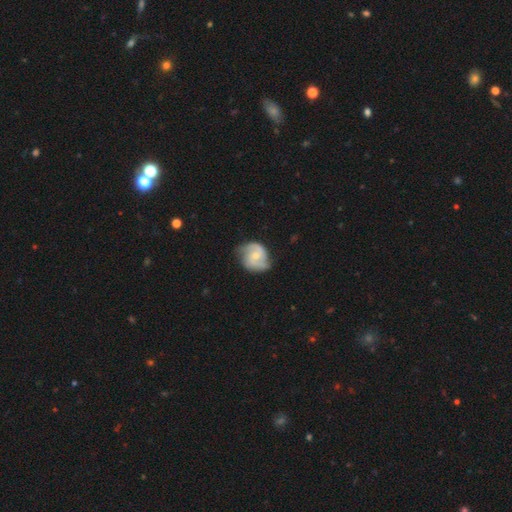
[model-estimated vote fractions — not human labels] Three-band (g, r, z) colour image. It shows a featured or disk galaxy (79%) with no bar (54%), 2 (85%) medium (50%) spiral arms (95%) and a small central bulge (50%). Merging: none (70%).